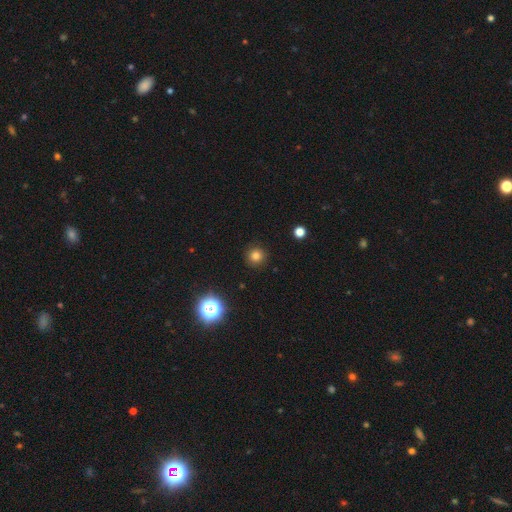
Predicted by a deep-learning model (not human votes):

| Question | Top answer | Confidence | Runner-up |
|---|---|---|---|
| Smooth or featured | smooth | 79% | star or artifact (16%) |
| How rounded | round | 94% | in between (5%) |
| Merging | none | 91% | minor disturbance (6%) |